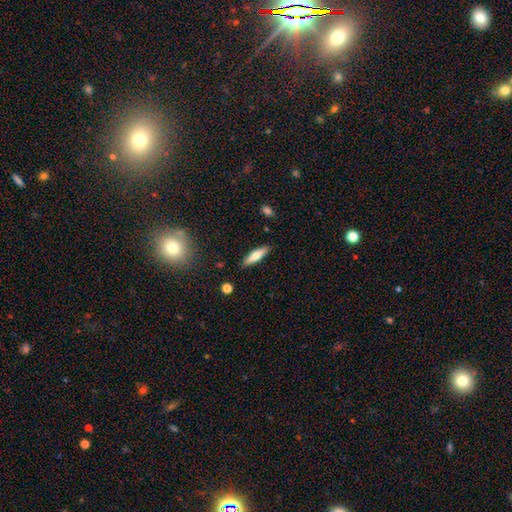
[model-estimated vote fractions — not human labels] Smooth or featured?
  - smooth: 66% *
  - featured or disk: 28%
  - star or artifact: 7%
How rounded?
  - cigar-shaped: 70% *
  - in between: 29%
  - round: 2%
Merging?
  - none: 87% *
  - minor disturbance: 9%
  - major disturbance: 2%
  - merger: 2%